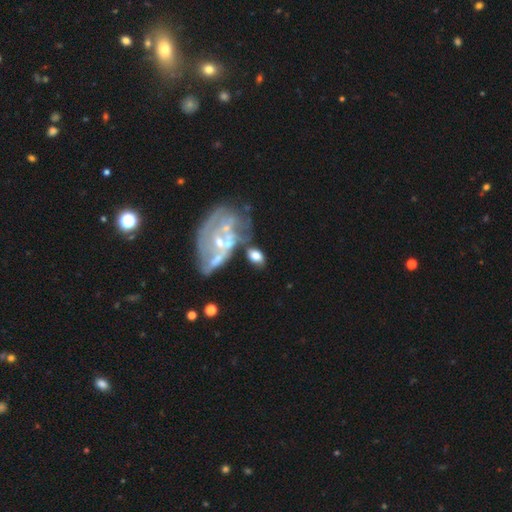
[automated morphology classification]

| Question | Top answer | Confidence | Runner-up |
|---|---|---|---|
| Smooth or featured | smooth | 54% | featured or disk (37%) |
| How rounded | in between | 86% | round (12%) |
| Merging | none | 43% | merger (26%) |